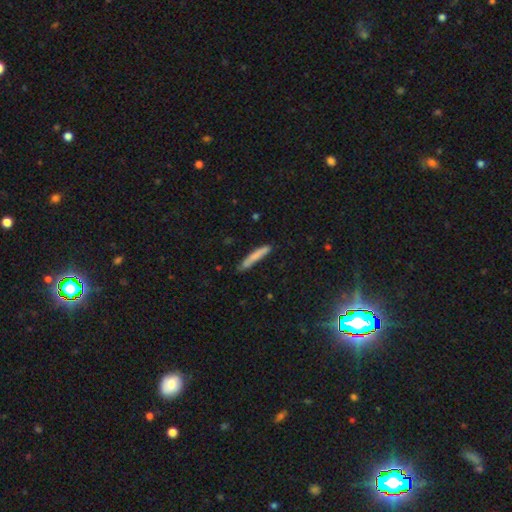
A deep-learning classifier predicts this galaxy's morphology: Smooth or featured: smooth — 78% (featured or disk — 16%)
How rounded: cigar-shaped — 94% (in between — 5%)
Merging: none — 76% (minor disturbance — 18%)